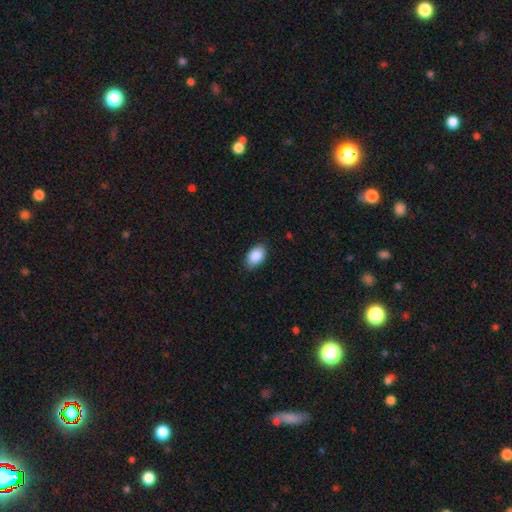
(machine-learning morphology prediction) smooth_or_featured: smooth (p=0.90) [alt: star or artifact p=0.07]
how_rounded: in between (p=0.91) [alt: round p=0.07]
merging: none (p=0.85) [alt: minor disturbance p=0.12]